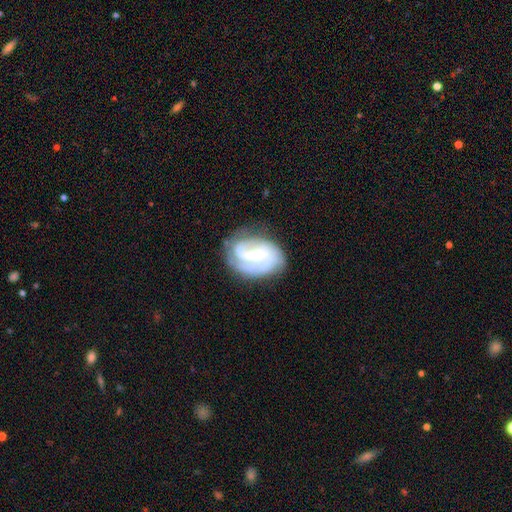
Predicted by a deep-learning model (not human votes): Smooth or featured? featured or disk (83%)
Edge-on disk? no (97%)
Bar? weak (49%)
Spiral arms? yes (94%)
Spiral winding? medium (44%)
Spiral arm count? 2 (61%)
Bulge size? small (49%)
Merging? none (67%)